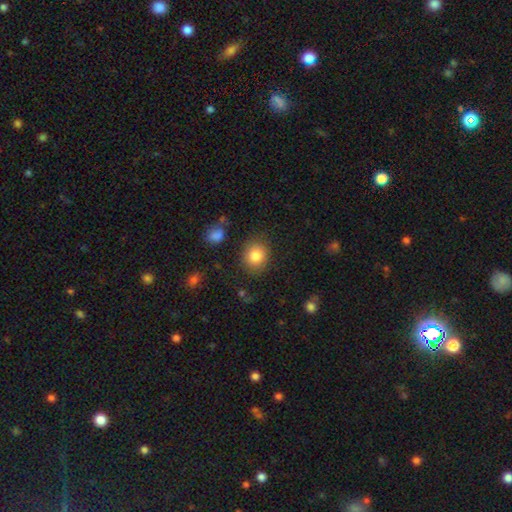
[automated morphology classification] Smooth or featured? Predicted: smooth (p=0.83). How rounded? Predicted: round (p=0.69). Merging? Predicted: none (p=0.84).